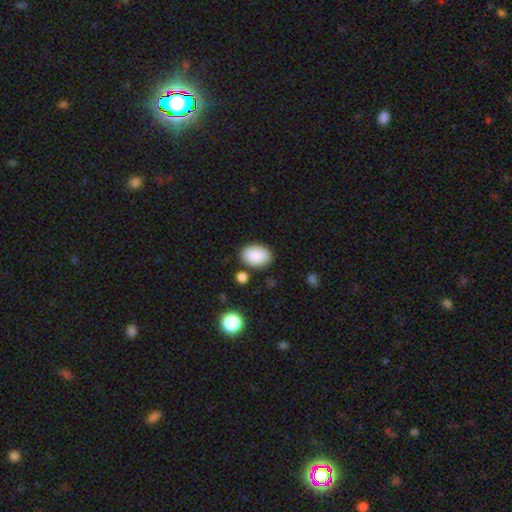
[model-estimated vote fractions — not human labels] The model was most divided on "how rounded": in between: 80%, round: 19%, cigar-shaped: 1%. More confident: smooth or featured — smooth (89%); merging — none (80%).